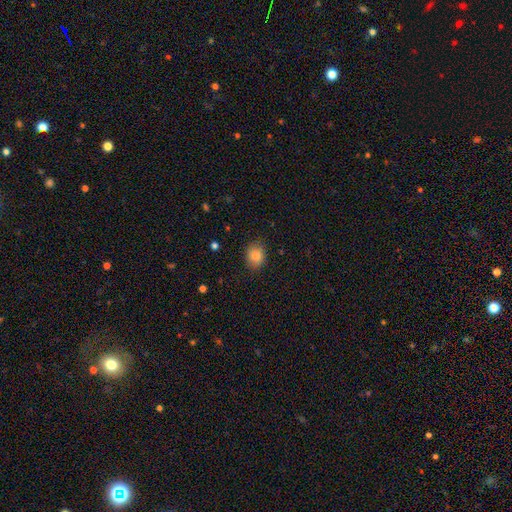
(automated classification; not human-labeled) Smooth or featured? smooth (87%)
How rounded? round (60%)
Merging? none (82%)